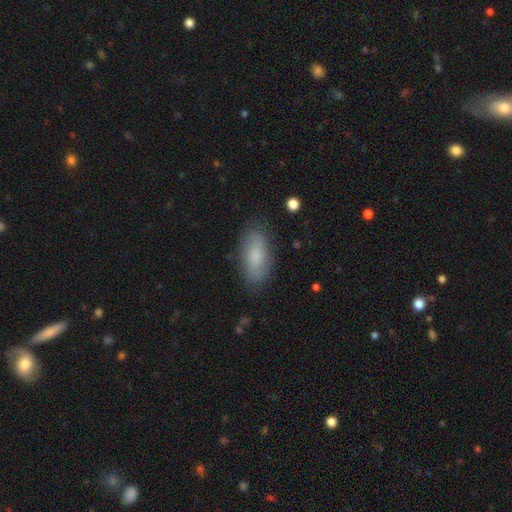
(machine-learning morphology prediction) A smooth galaxy with no disk features (80%) that is in between round and cigar-shaped (83%). Merging: none (83%).